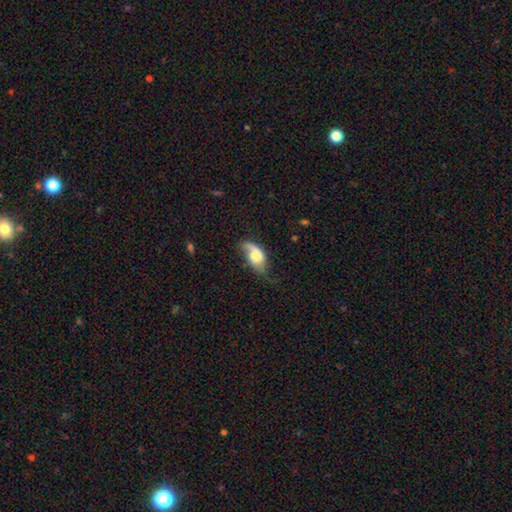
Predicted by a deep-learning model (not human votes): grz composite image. It shows a featured or disk galaxy (55%) with no bar (68%), spiral arms (85%) and a moderate central bulge (39%, tied with large). Merging: none (40%).